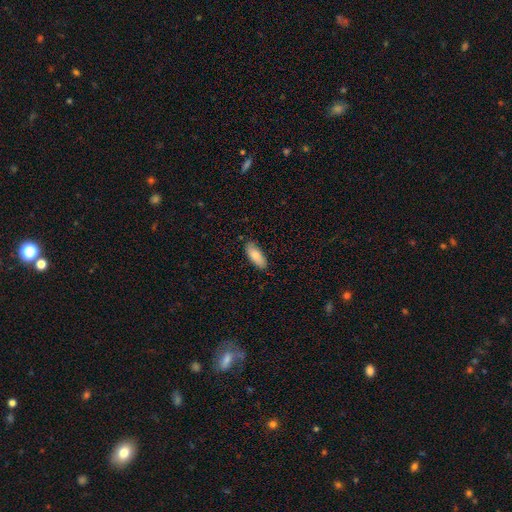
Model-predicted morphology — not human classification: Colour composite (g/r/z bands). It shows a smooth galaxy with no disk features (84%) that is in between round and cigar-shaped (81%). Merging: none (84%).